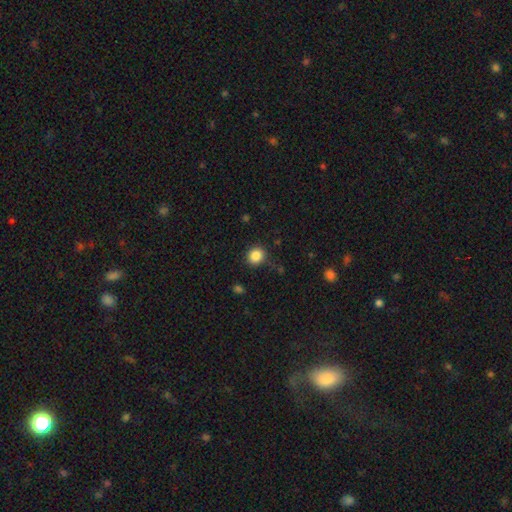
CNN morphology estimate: A smooth galaxy with no disk features (85%) that is round (85%). Merging: none (85%).